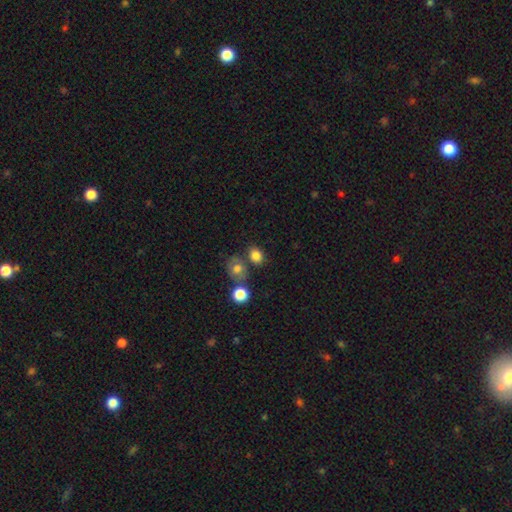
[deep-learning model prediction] Q: Smooth or featured?
A: smooth (81%); runner-up: star or artifact (12%)
Q: How rounded?
A: round (50%); runner-up: in between (49%)
Q: Merging?
A: none (66%); runner-up: merger (17%)